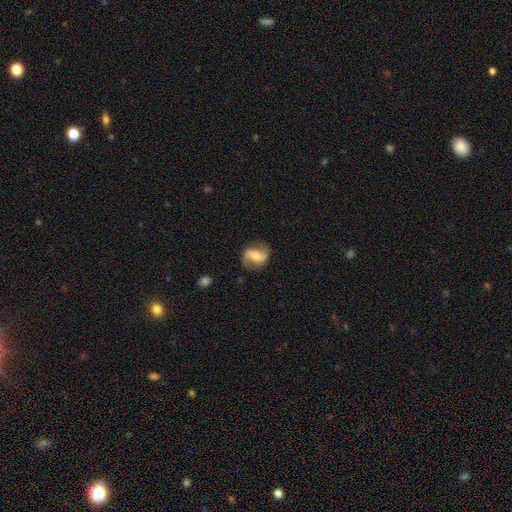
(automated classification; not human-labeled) smooth_or_featured: featured or disk (p=0.77) [alt: smooth p=0.17]
disk_edge_on: no (p=0.97) [alt: yes p=0.03]
bar: weak (p=0.41) [alt: no p=0.32]
has_spiral_arms: yes (p=0.93) [alt: no p=0.07]
spiral_winding: loose (p=0.51) [alt: medium p=0.38]
spiral_arm_count: 2 (p=0.90) [alt: 1 p=0.03]
bulge_size: moderate (p=0.54) [alt: small p=0.31]
merging: none (p=0.76) [alt: minor disturbance p=0.16]